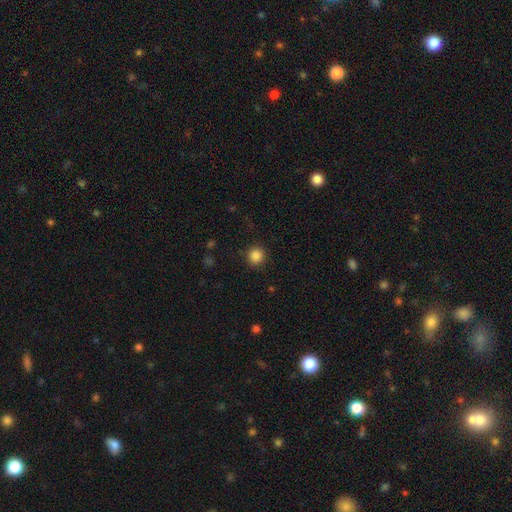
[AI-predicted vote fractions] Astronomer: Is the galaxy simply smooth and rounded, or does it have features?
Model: smooth — 85%.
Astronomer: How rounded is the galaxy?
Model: round — 94%.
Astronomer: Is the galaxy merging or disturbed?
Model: none — 90%.